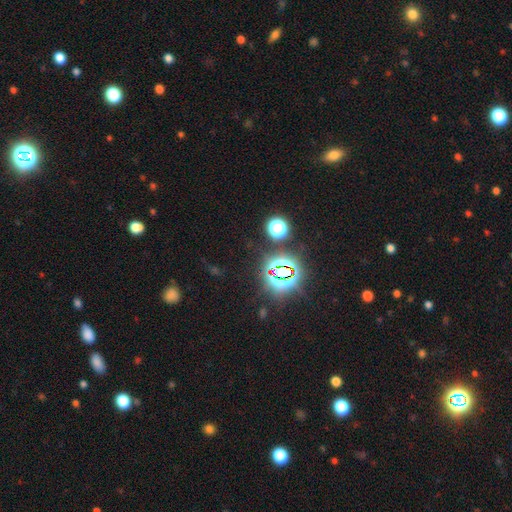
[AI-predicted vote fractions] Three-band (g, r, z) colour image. It shows a star or artifact, not a galaxy (80%).